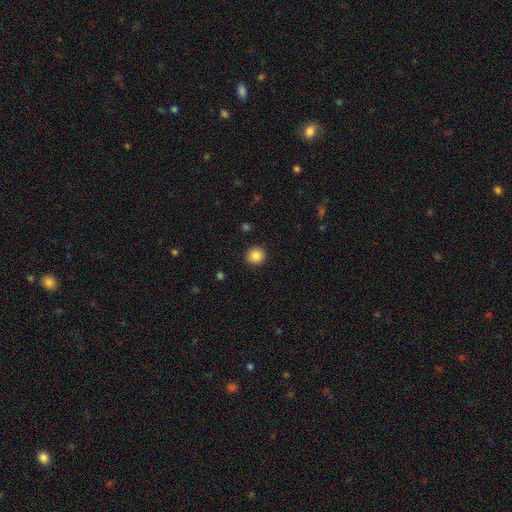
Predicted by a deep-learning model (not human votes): The model was most divided on "smooth or featured": smooth: 87%, star or artifact: 10%, featured or disk: 4%. More confident: merging — none (92%); how rounded — round (91%).